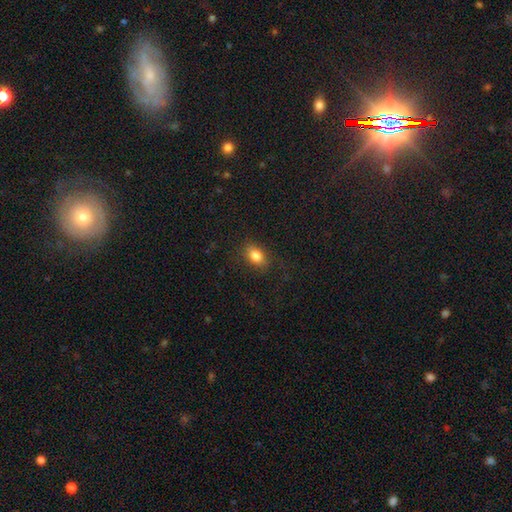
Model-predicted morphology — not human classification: Smooth or featured? smooth (84%)
How rounded? in between (80%)
Merging? none (84%)